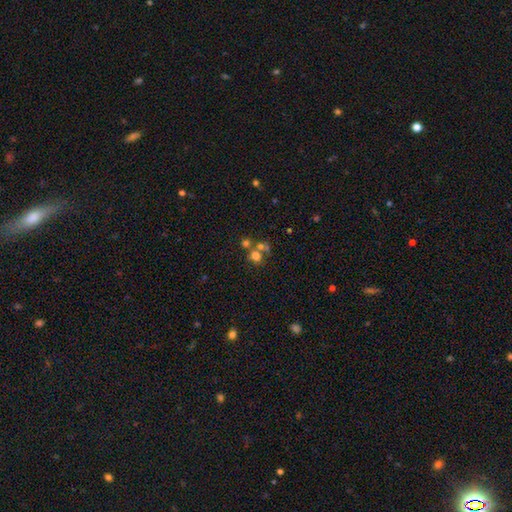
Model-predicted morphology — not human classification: The model was most divided on "merging": none: 44%, merger: 42%, minor disturbance: 8%, major disturbance: 5%. More confident: how rounded — round (78%); smooth or featured — smooth (67%).